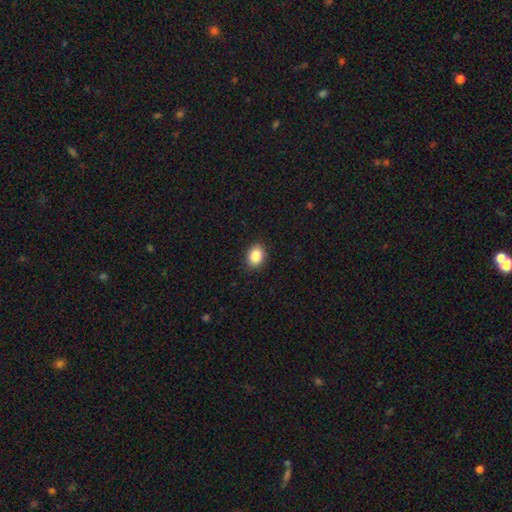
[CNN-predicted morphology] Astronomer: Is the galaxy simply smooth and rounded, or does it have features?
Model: smooth — 86%.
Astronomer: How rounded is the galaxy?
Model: in between — 63%.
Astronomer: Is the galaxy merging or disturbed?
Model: none — 89%.